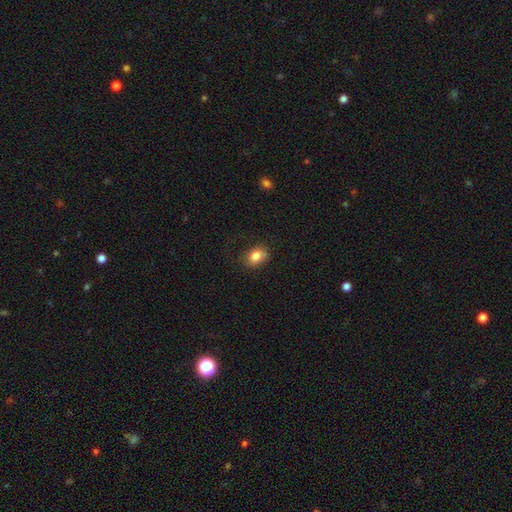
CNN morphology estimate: This is clearly a smooth galaxy (83%). How rounded: likely in between (66%). Merging: likely none (71%).